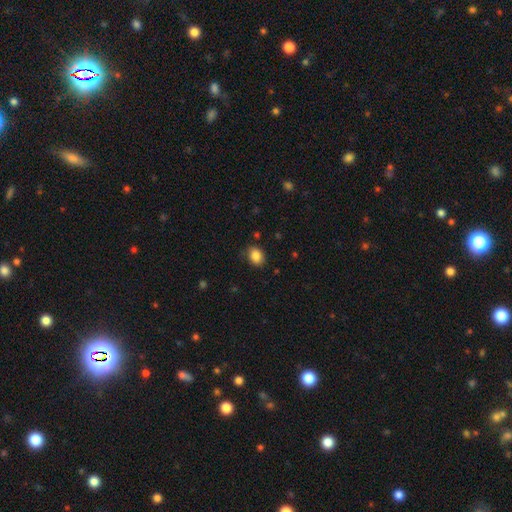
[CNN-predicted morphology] This is clearly a smooth galaxy (86%). How rounded: possibly in between (59%). Merging: clearly none (83%).